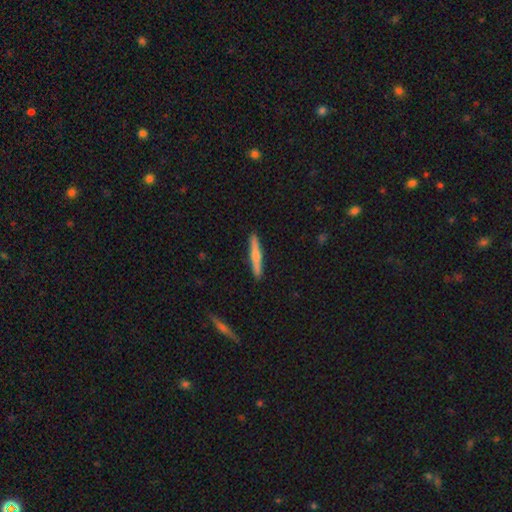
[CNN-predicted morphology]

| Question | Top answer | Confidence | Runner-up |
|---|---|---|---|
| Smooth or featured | smooth | 59% | featured or disk (36%) |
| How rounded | cigar-shaped | 94% | in between (5%) |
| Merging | none | 90% | minor disturbance (7%) |